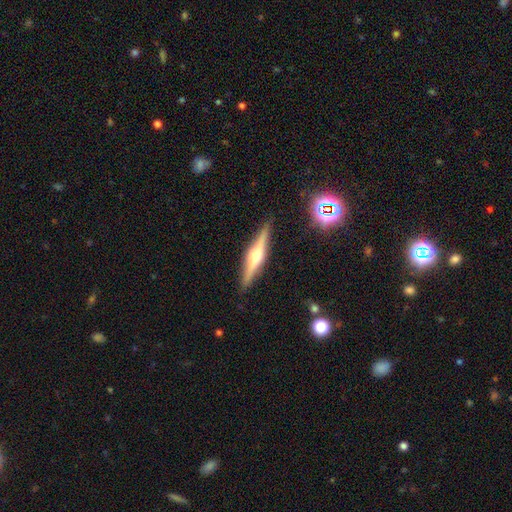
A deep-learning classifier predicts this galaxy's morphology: smooth_or_featured: featured or disk (p=0.73) [alt: smooth p=0.20]
disk_edge_on: yes (p=0.98) [alt: no p=0.02]
edge_on_bulge: rounded (p=0.88) [alt: boxy p=0.09]
merging: none (p=0.90) [alt: minor disturbance p=0.07]